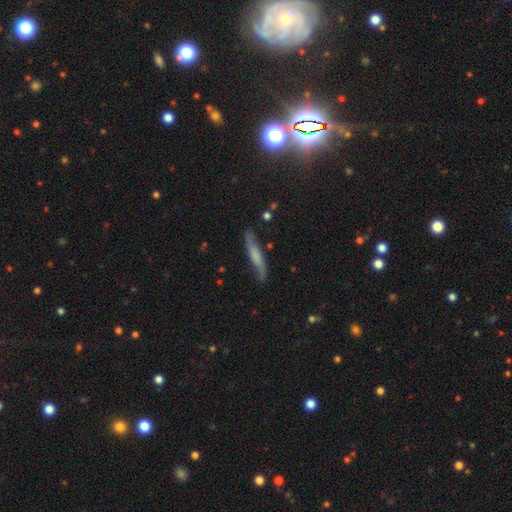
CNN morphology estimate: type=featured or disk (59%); edge-on=no (51%); merging=none (73%).